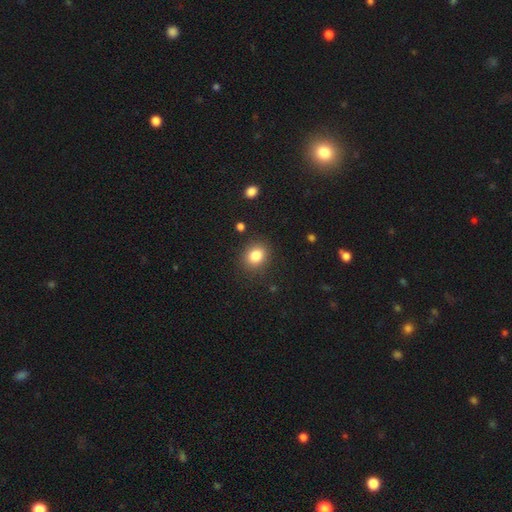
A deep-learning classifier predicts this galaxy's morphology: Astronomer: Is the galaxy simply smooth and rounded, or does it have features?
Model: smooth — 83%.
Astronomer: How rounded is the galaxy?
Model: round — 67%.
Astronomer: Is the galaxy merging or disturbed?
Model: none — 87%.